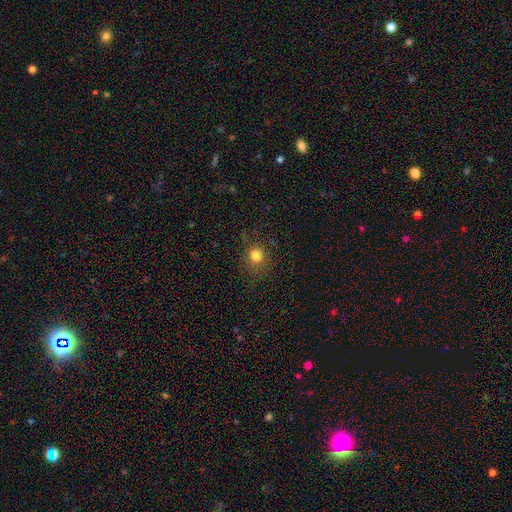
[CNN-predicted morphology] Smooth or featured? smooth (79%)
How rounded? round (80%)
Merging? none (77%)